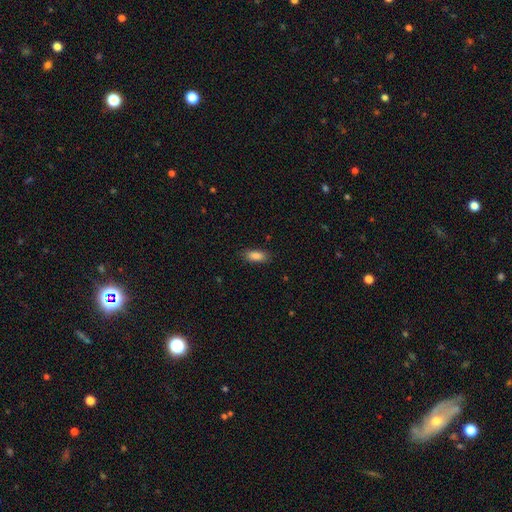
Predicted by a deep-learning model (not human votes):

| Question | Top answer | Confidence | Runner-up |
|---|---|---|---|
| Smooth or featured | smooth | 87% | star or artifact (7%) |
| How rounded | in between | 82% | cigar-shaped (15%) |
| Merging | none | 86% | minor disturbance (11%) |